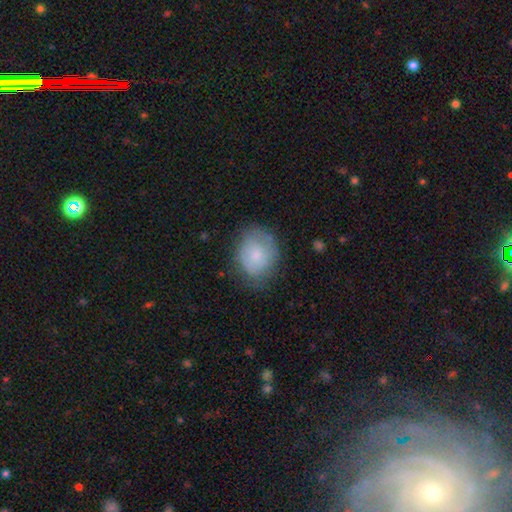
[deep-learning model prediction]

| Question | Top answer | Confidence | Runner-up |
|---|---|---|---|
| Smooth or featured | smooth | 72% | featured or disk (21%) |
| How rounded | round | 58% | in between (41%) |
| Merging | none | 66% | minor disturbance (25%) |